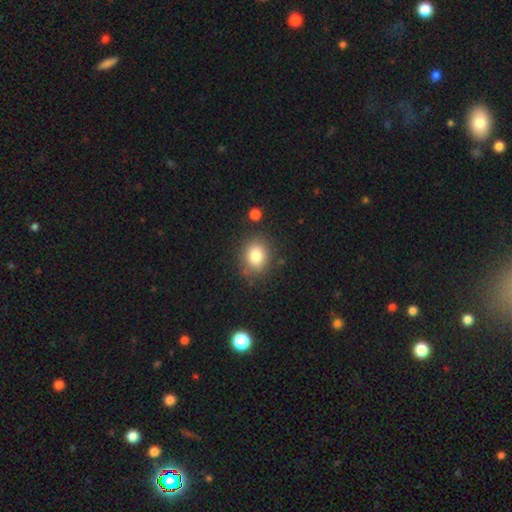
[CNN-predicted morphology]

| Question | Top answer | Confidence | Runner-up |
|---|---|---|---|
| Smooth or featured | smooth | 81% | star or artifact (10%) |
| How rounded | round | 59% | in between (40%) |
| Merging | none | 81% | minor disturbance (12%) |